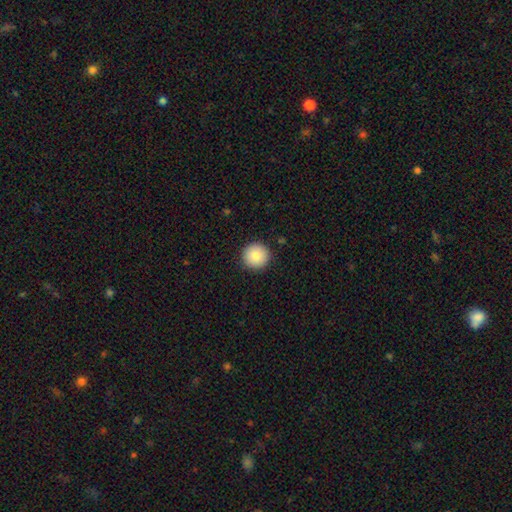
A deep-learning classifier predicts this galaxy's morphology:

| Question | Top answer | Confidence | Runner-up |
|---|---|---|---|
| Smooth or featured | smooth | 85% | star or artifact (8%) |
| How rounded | round | 96% | in between (3%) |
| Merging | none | 92% | minor disturbance (5%) |